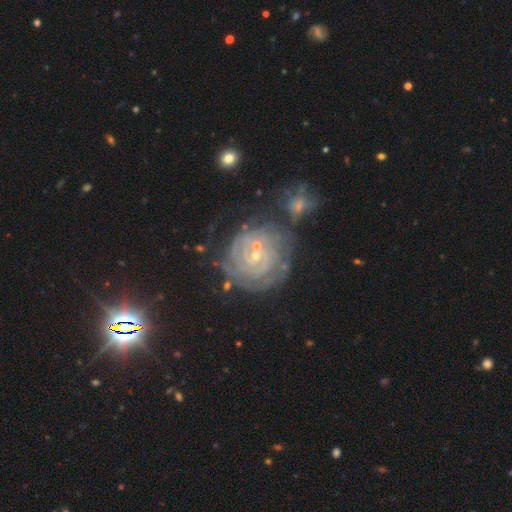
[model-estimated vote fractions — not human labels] featured or disk 81%, star or artifact 10%, smooth 9%. Down the decision tree: edge-on disk — no (97%); bar — no (55%); spiral arms — yes (95%); spiral arm count — can't tell (37%); spiral winding — tight (84%); bulge size — small (80%); merging — none (58%).